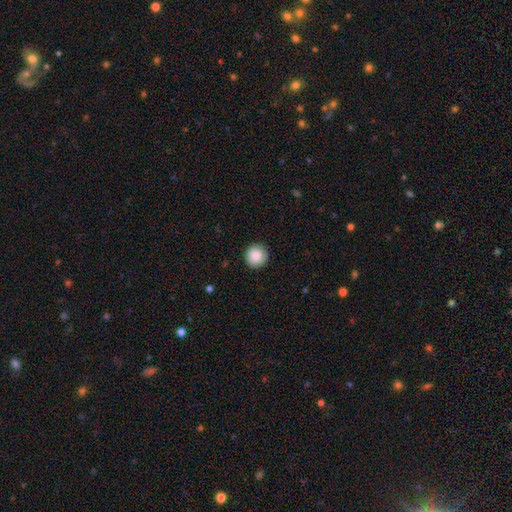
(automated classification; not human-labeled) smooth-or-featured: smooth: 87% | star or artifact: 8% | featured or disk: 6%
  how-rounded: round: 95% | in between: 4% | cigar-shaped: 1%
  merging: none: 91% | minor disturbance: 6% | major disturbance: 2% | merger: 1%